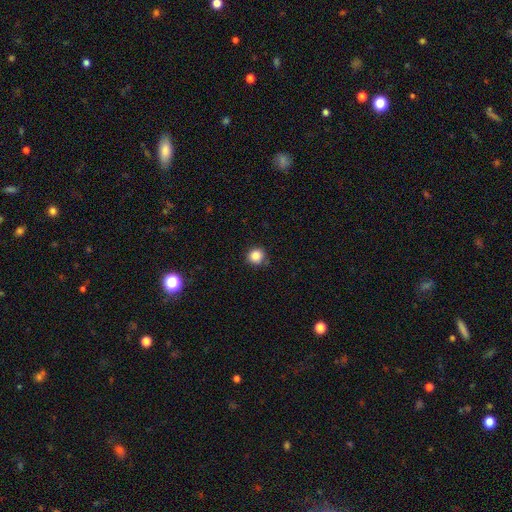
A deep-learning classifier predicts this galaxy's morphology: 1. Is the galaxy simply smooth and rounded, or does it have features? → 85% smooth, 11% star or artifact, 4% featured or disk.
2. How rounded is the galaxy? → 93% round, 6% in between, 1% cigar-shaped.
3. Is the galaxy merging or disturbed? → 85% none, 11% minor disturbance, 2% major disturbance, 2% merger.